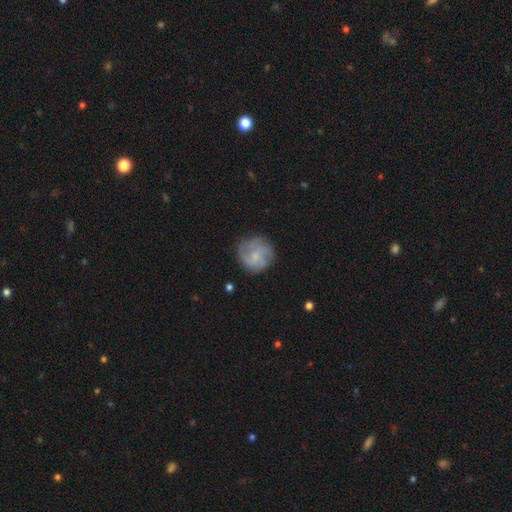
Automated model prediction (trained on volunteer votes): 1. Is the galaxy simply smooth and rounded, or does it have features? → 51% featured or disk, 41% smooth, 8% star or artifact.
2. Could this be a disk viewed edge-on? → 98% no, 2% yes.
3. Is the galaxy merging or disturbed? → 74% none, 17% minor disturbance, 7% major disturbance, 2% merger.